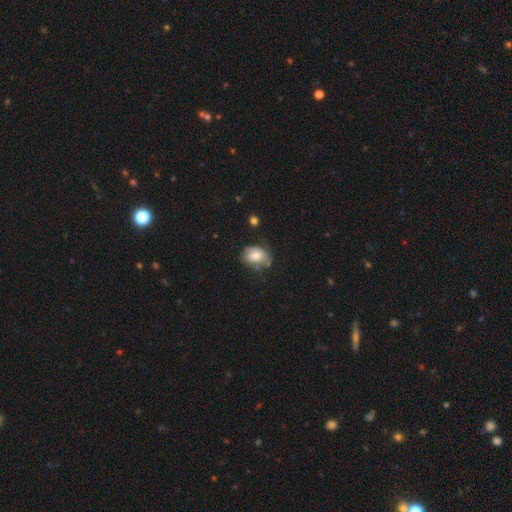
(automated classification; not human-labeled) smooth-or-featured: smooth: 67% | featured or disk: 25% | star or artifact: 8%
  how-rounded: in between: 67% | round: 32% | cigar-shaped: 1%
  merging: none: 58% | minor disturbance: 29% | major disturbance: 9% | merger: 4%